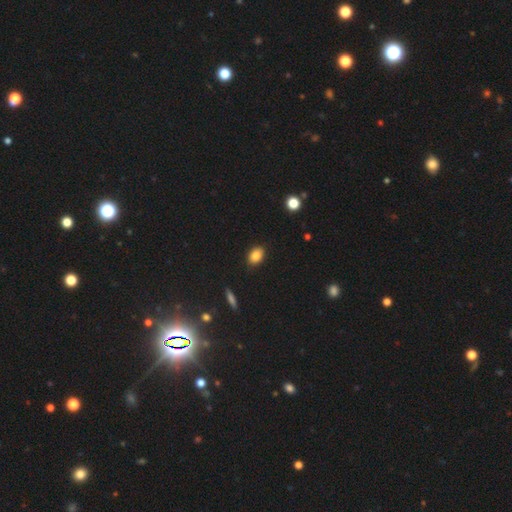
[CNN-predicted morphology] This appears to be a smooth galaxy with no disk features (85%) that is in between round and cigar-shaped (77%). Merging: none (88%).